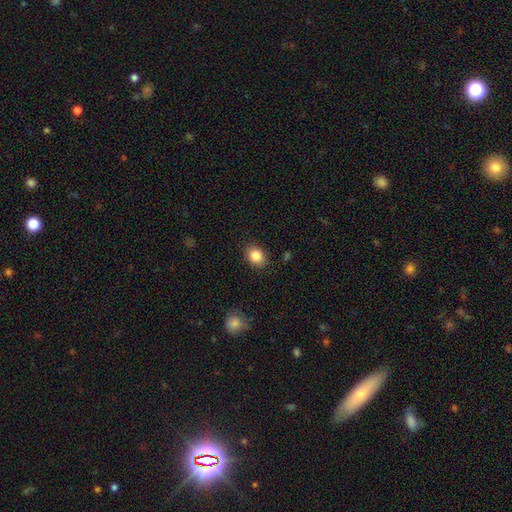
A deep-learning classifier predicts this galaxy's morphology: The model was most divided on "how rounded": in between: 60%, round: 39%, cigar-shaped: 1%. More confident: merging — none (87%); smooth or featured — smooth (86%).